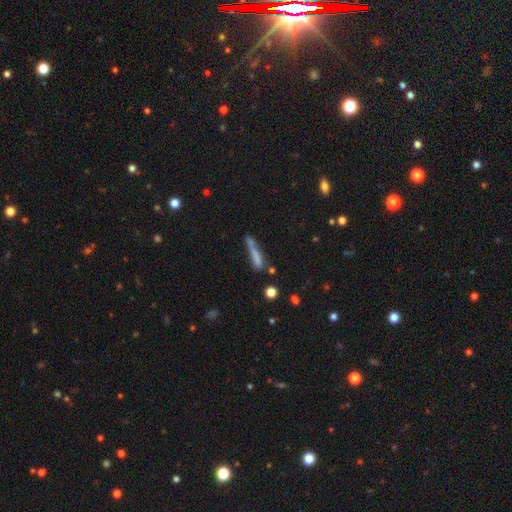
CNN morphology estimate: The model was most divided on "merging": none: 47%, minor disturbance: 23%, merger: 18%, major disturbance: 13%. More confident: how rounded — cigar-shaped (89%); smooth or featured — smooth (65%).